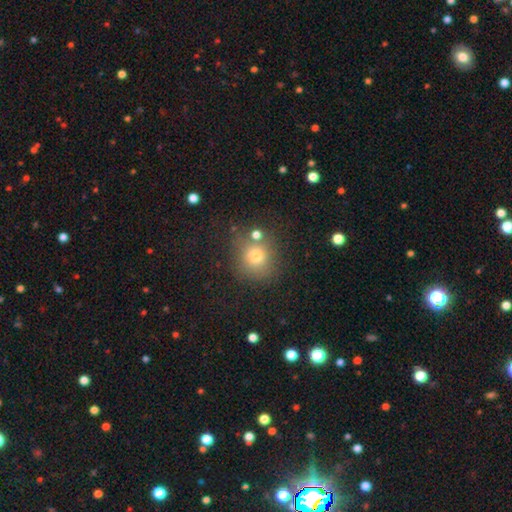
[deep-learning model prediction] This is likely a smooth galaxy (73%). How rounded: clearly round (85%). Merging: likely none (70%).